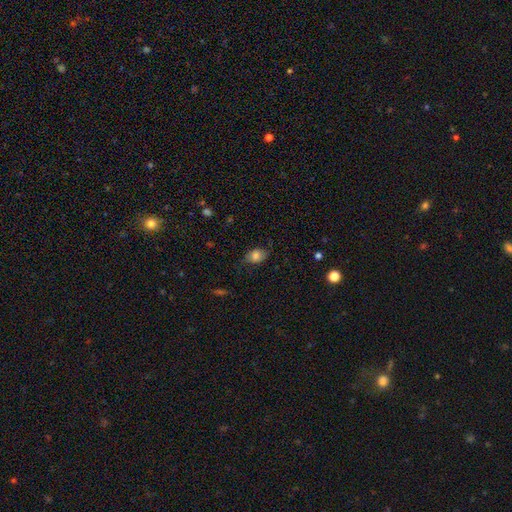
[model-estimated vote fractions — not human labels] This is likely a smooth galaxy (76%). How rounded: likely in between (79%). Merging: likely none (68%).